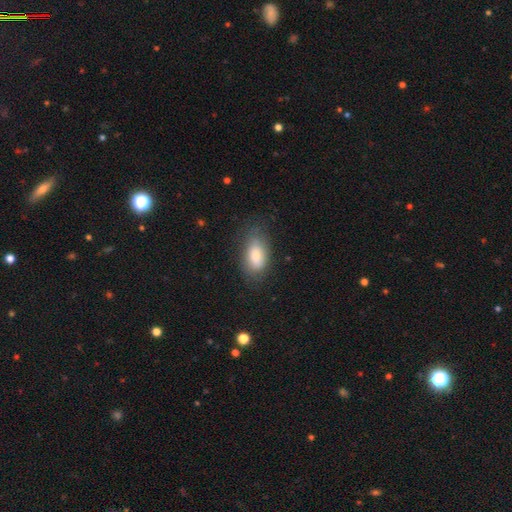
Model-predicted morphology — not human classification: type=smooth (76%); roundness=in between (91%); merging=none (74%).